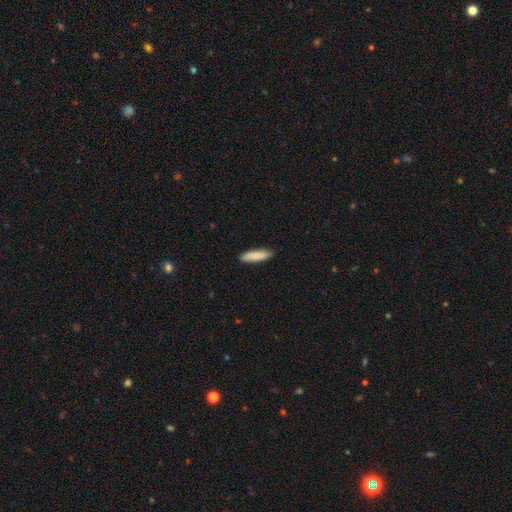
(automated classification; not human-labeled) This is clearly a smooth galaxy (88%). How rounded: likely cigar-shaped (69%). Merging: clearly none (89%).